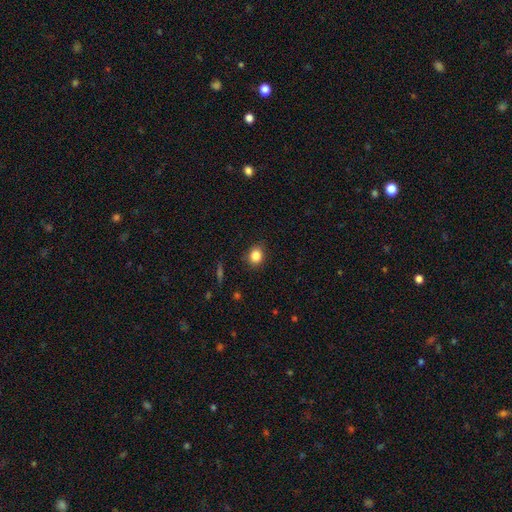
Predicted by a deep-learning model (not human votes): Morphology: type=smooth (85%); roundness=round (59%); merging=none (84%).